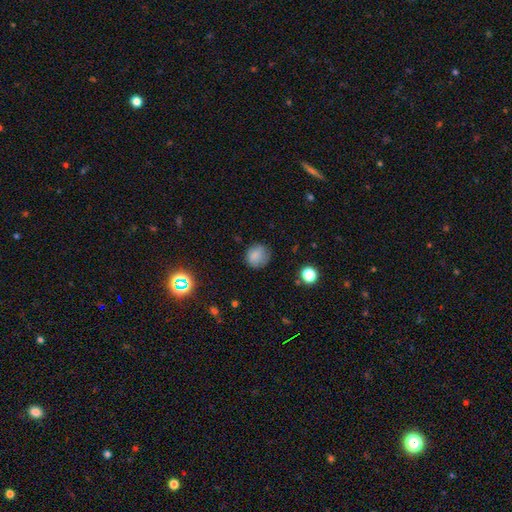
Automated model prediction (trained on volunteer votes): Smooth or featured?
  - smooth: 82% *
  - star or artifact: 12%
  - featured or disk: 7%
How rounded?
  - round: 82% *
  - in between: 17%
  - cigar-shaped: 1%
Merging?
  - none: 76% *
  - minor disturbance: 18%
  - major disturbance: 5%
  - merger: 1%